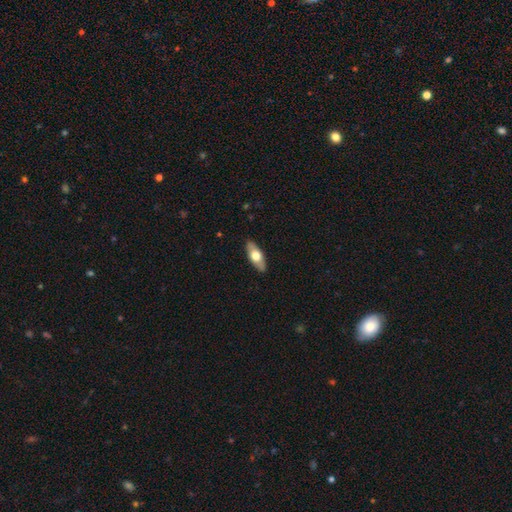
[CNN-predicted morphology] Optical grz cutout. It shows a smooth galaxy with no disk features (56%) that is in between round and cigar-shaped (73%). Merging: none (89%).